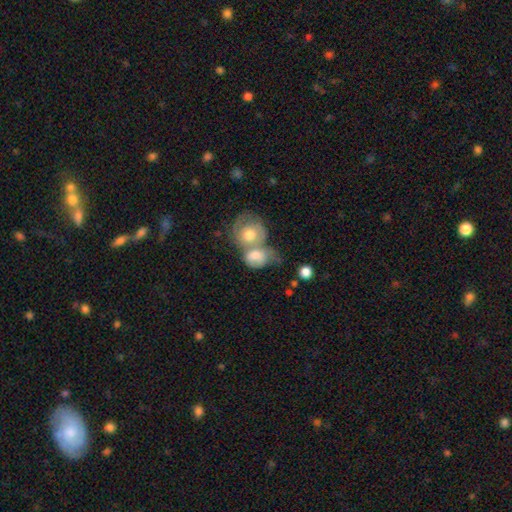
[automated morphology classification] Smooth or featured?
  - smooth: 63% *
  - featured or disk: 30%
  - star or artifact: 7%
How rounded?
  - in between: 53% *
  - round: 45%
  - cigar-shaped: 2%
Merging?
  - merger: 68% *
  - none: 15%
  - minor disturbance: 9%
  - major disturbance: 8%